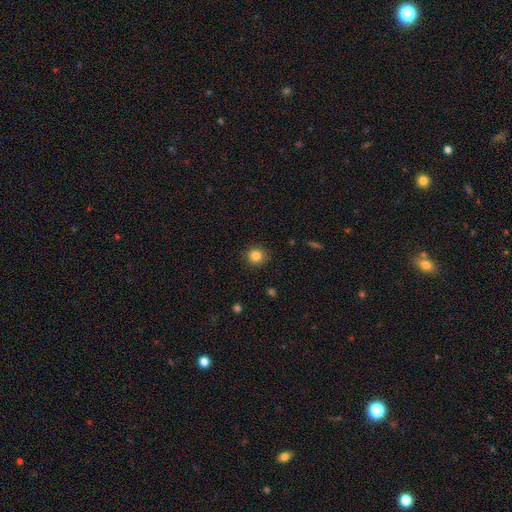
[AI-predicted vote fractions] smooth-or-featured: smooth: 84% | star or artifact: 11% | featured or disk: 5%
  how-rounded: round: 88% | in between: 11% | cigar-shaped: 1%
  merging: none: 89% | minor disturbance: 7% | major disturbance: 2% | merger: 1%